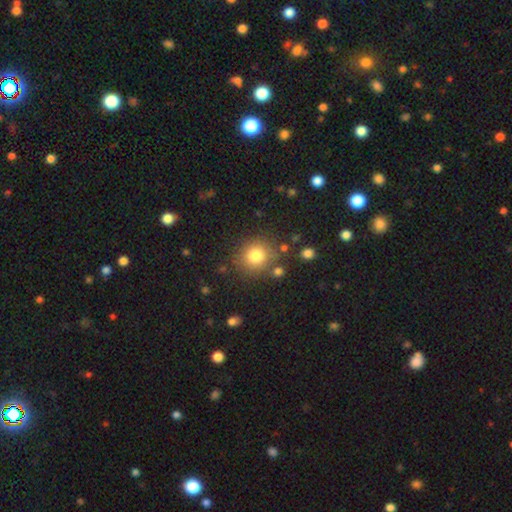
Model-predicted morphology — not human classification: This appears to be a smooth galaxy with no disk features (79%) that is round (87%). Merging: none (81%).